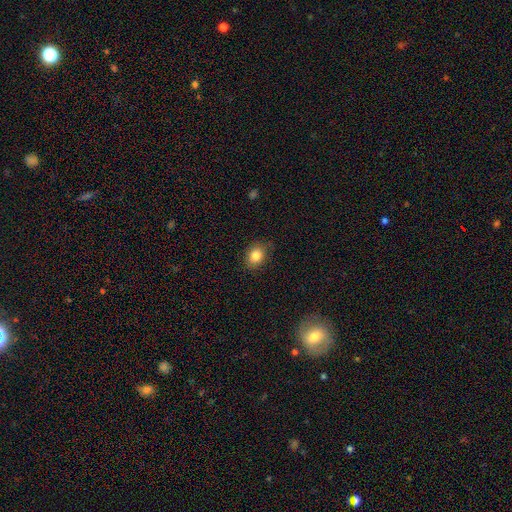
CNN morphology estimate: This is clearly a smooth galaxy (83%). How rounded: possibly in between (59%). Merging: clearly none (81%).